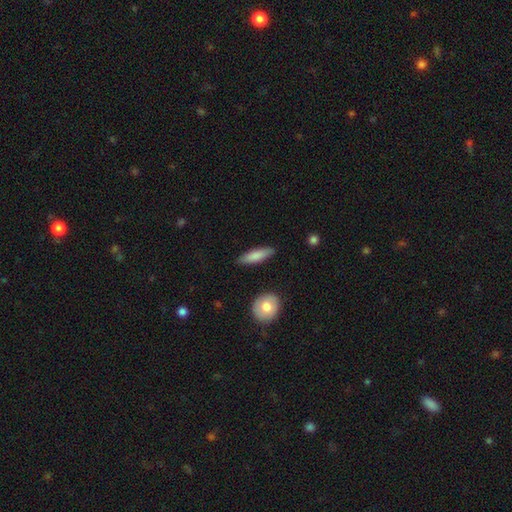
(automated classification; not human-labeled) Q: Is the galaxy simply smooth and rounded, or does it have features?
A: smooth — 79%.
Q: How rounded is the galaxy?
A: cigar-shaped — 63%.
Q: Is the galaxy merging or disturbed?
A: none — 85%.